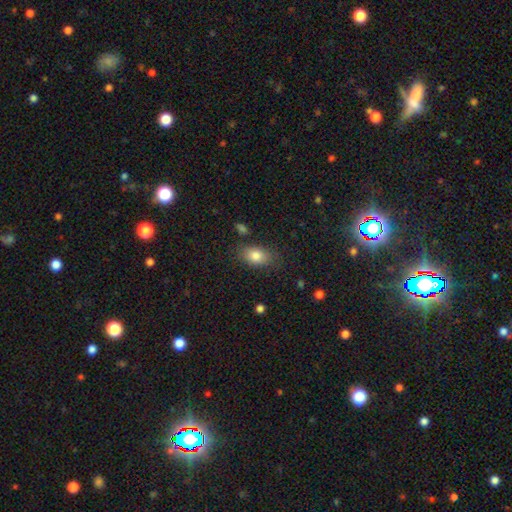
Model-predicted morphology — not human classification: smooth_or_featured: smooth (p=0.82) [alt: featured or disk p=0.09]
how_rounded: in between (p=0.84) [alt: round p=0.14]
merging: none (p=0.76) [alt: minor disturbance p=0.16]